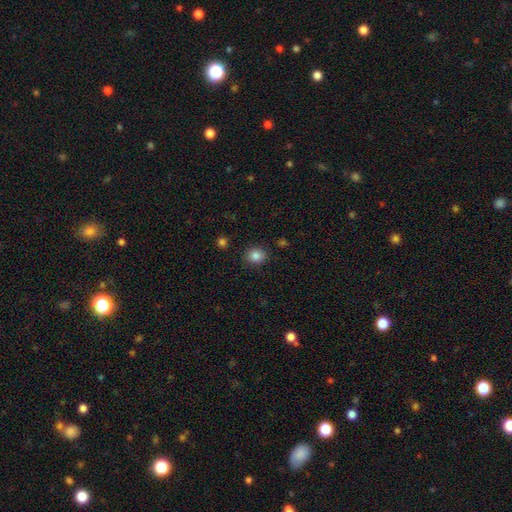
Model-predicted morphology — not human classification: smooth 85%, star or artifact 11%, featured or disk 4%. Down the decision tree: how rounded — round (75%); merging — none (88%).